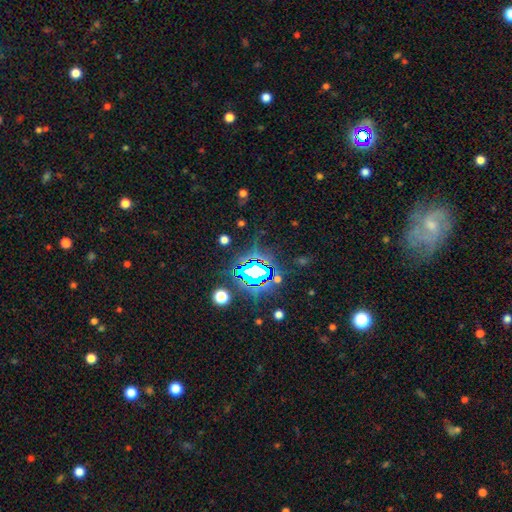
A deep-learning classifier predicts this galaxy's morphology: Overall: star or artifact (72%).